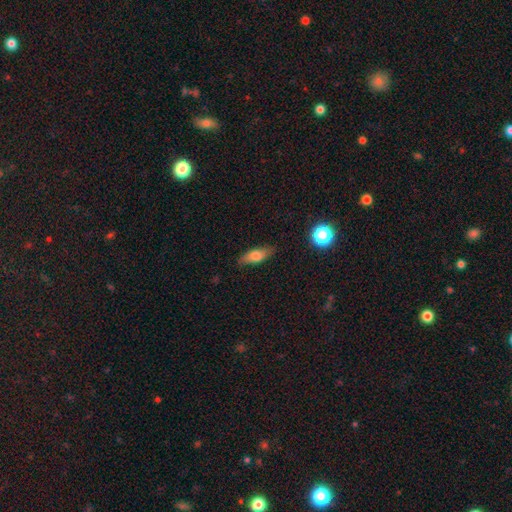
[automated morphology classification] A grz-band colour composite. It shows a smooth galaxy with no disk features (68%) that is in between round and cigar-shaped (63%). Merging: none (81%).